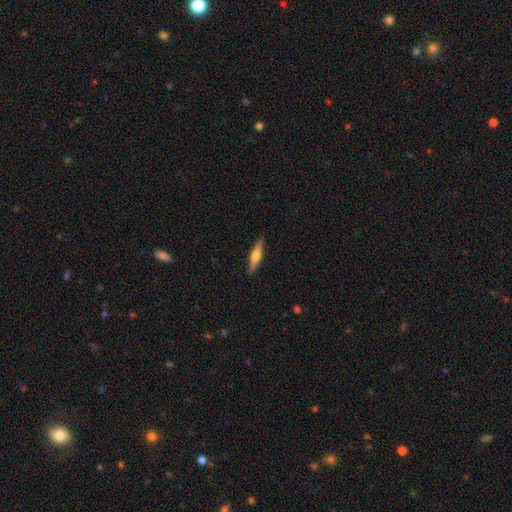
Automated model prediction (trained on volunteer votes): smooth_or_featured: featured or disk (p=0.65) [alt: smooth p=0.29]
disk_edge_on: yes (p=0.97) [alt: no p=0.03]
edge_on_bulge: rounded (p=0.91) [alt: boxy p=0.07]
merging: none (p=0.90) [alt: minor disturbance p=0.07]